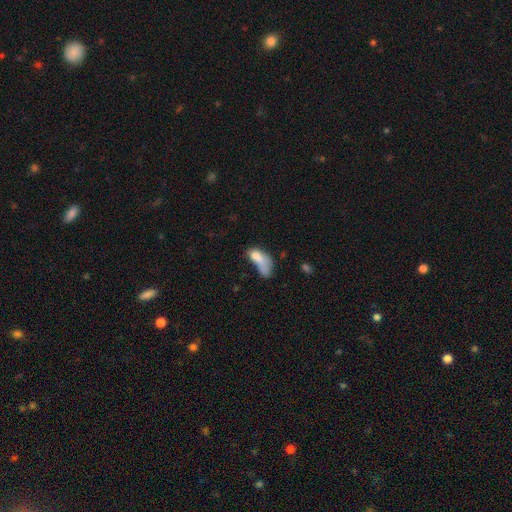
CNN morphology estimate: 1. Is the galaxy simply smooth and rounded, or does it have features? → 68% smooth, 22% featured or disk, 11% star or artifact.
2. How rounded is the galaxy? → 77% in between, 17% cigar-shaped, 7% round.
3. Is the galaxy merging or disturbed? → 35% major disturbance, 31% merger, 17% minor disturbance, 17% none.